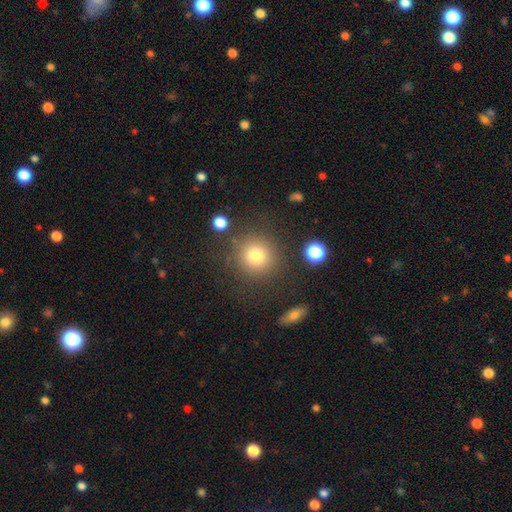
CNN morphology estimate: Q: Smooth or featured?
A: smooth (77%); runner-up: star or artifact (13%)
Q: How rounded?
A: round (92%); runner-up: in between (7%)
Q: Merging?
A: none (82%); runner-up: minor disturbance (9%)